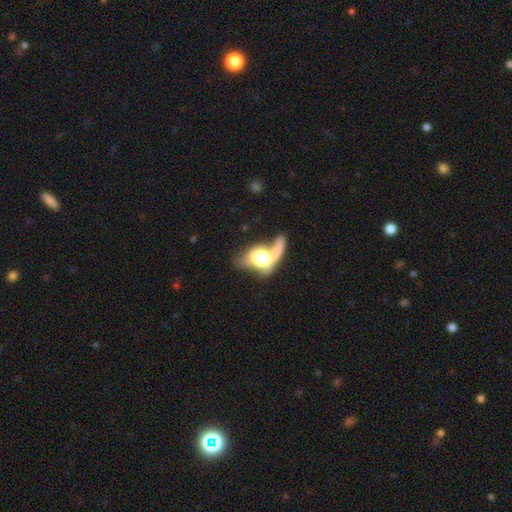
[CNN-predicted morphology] The model was most divided on "smooth or featured": smooth: 48%, featured or disk: 35%, star or artifact: 17%. Remaining: merging — merger (47%).